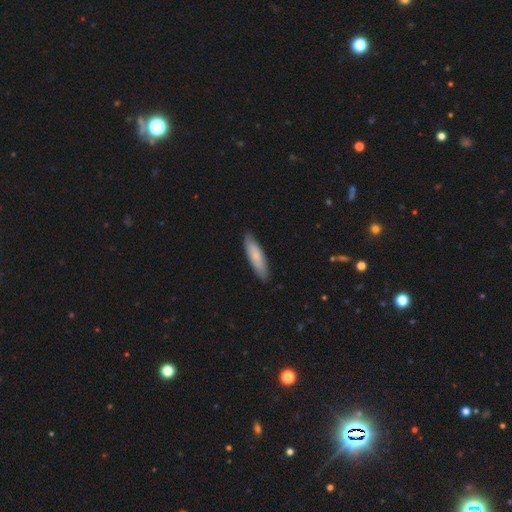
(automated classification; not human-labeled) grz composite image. It shows a smooth galaxy with no disk features (77%) that is cigar-shaped (68%). Merging: none (87%).